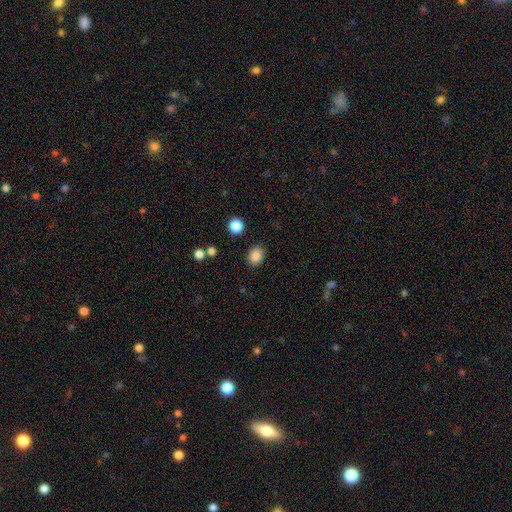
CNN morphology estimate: Smooth or featured?
  - smooth: 86% *
  - star or artifact: 10%
  - featured or disk: 5%
How rounded?
  - round: 50% *
  - in between: 49%
  - cigar-shaped: 1%
Merging?
  - none: 86% *
  - minor disturbance: 9%
  - major disturbance: 3%
  - merger: 2%